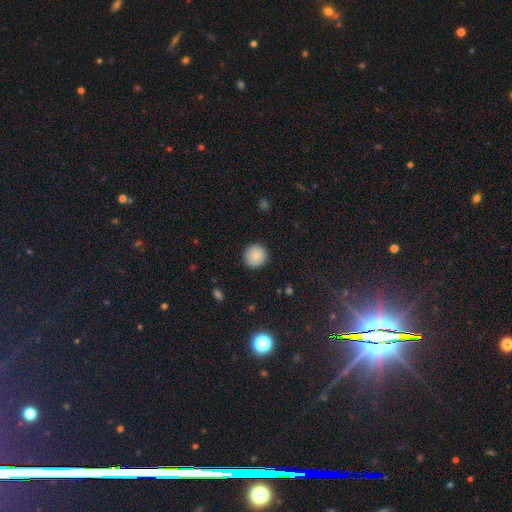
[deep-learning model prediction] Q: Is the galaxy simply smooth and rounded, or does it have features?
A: smooth — 83%.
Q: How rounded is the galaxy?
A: round — 92%.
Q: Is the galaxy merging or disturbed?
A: none — 89%.